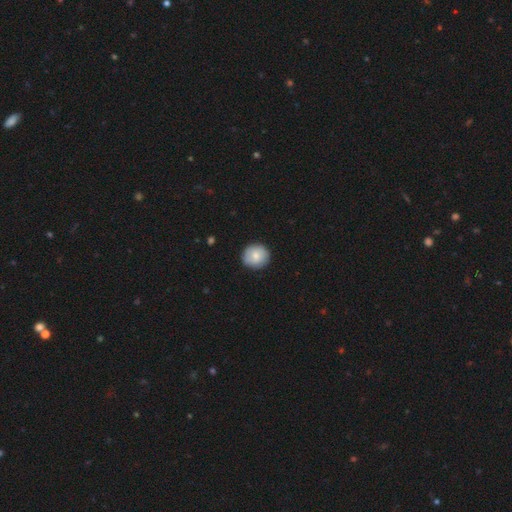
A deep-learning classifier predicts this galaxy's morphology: type=smooth (74%); roundness=round (91%); merging=none (86%).